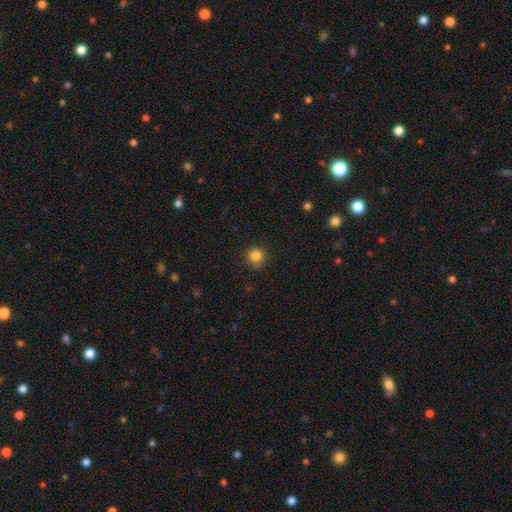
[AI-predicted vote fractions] This appears to be a smooth galaxy with no disk features (84%) that is round (91%). Merging: none (77%).